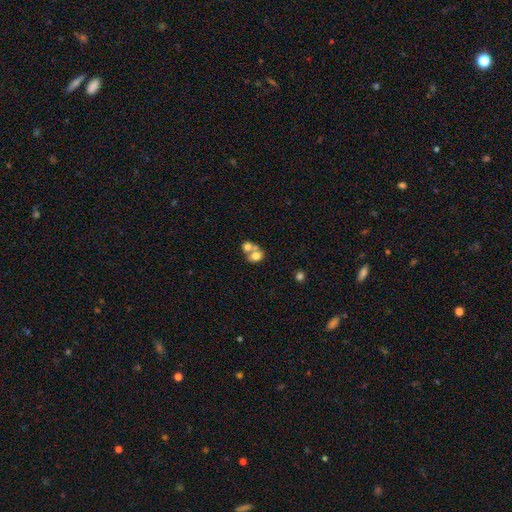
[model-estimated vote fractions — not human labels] Q: Smooth or featured?
A: smooth (68%); runner-up: featured or disk (22%)
Q: How rounded?
A: round (52%); runner-up: in between (47%)
Q: Merging?
A: merger (67%); runner-up: none (23%)